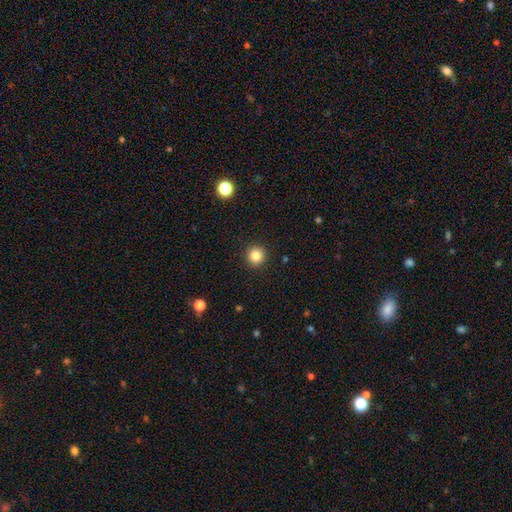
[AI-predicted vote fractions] Q: Smooth or featured?
A: smooth (84%); runner-up: star or artifact (11%)
Q: How rounded?
A: round (95%); runner-up: in between (4%)
Q: Merging?
A: none (92%); runner-up: minor disturbance (5%)